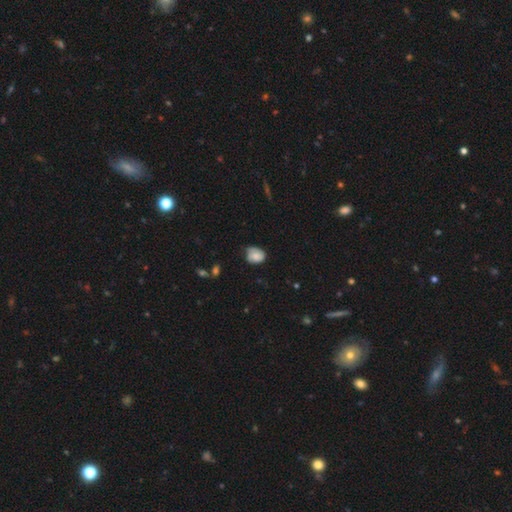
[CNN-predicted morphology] Smooth or featured? smooth (74%)
How rounded? in between (56%)
Merging? none (47%)